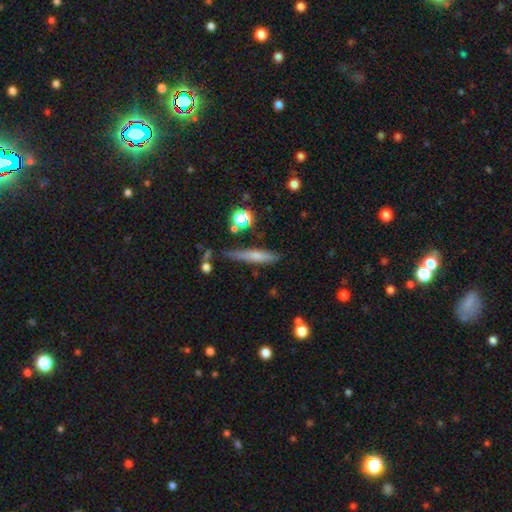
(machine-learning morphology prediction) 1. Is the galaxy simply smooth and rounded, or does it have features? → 60% smooth, 31% featured or disk, 10% star or artifact.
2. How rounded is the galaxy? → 86% cigar-shaped, 11% in between, 3% round.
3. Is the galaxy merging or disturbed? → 69% none, 20% minor disturbance, 6% major disturbance, 5% merger.